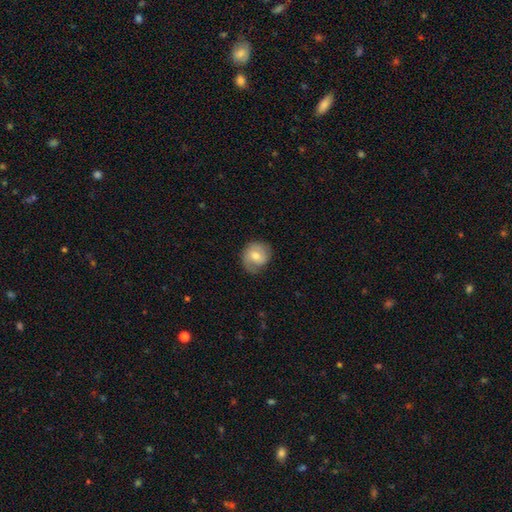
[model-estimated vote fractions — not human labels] A smooth galaxy with no disk features (55%) that is round (79%).

Vote fractions:
- Smooth or featured? smooth: 55% / featured or disk: 38% / star or artifact: 7%
- How rounded? round: 79% / in between: 20% / cigar-shaped: 1%
- Merging? none: 66% / minor disturbance: 24% / major disturbance: 9% / merger: 1%